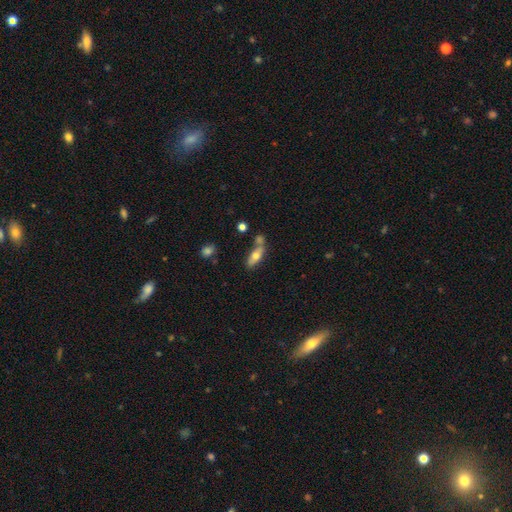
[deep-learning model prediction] Smooth or featured: smooth — 58% (featured or disk — 34%)
How rounded: in between — 62% (cigar-shaped — 34%)
Merging: none — 51% (merger — 26%)